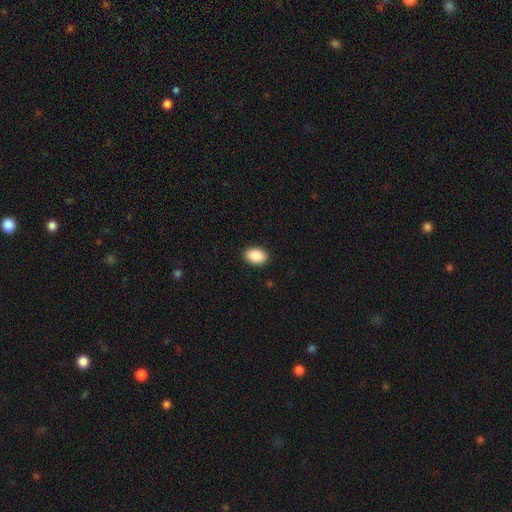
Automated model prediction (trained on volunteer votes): Q: Smooth or featured?
A: smooth (89%); runner-up: star or artifact (7%)
Q: How rounded?
A: in between (86%); runner-up: round (13%)
Q: Merging?
A: none (90%); runner-up: minor disturbance (7%)